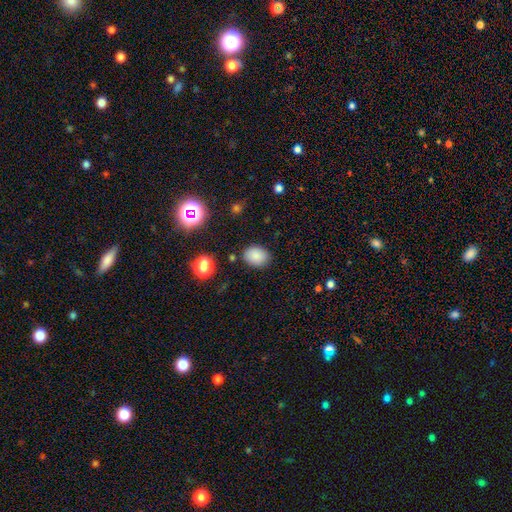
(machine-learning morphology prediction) smooth_or_featured: smooth (p=0.83) [alt: star or artifact p=0.11]
how_rounded: in between (p=0.63) [alt: round p=0.36]
merging: none (p=0.83) [alt: minor disturbance p=0.11]